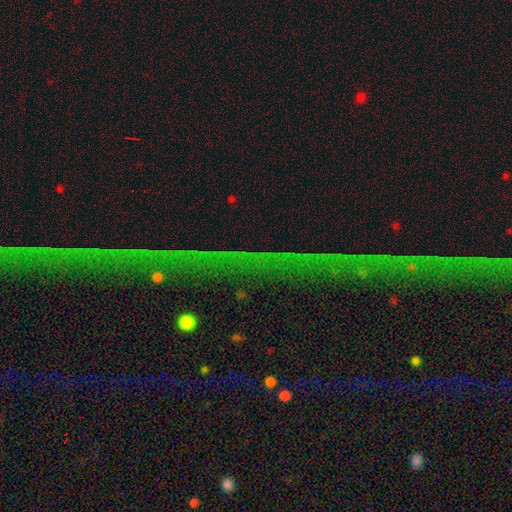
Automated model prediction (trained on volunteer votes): This is clearly a star or artifact rather than a galaxy (82%).